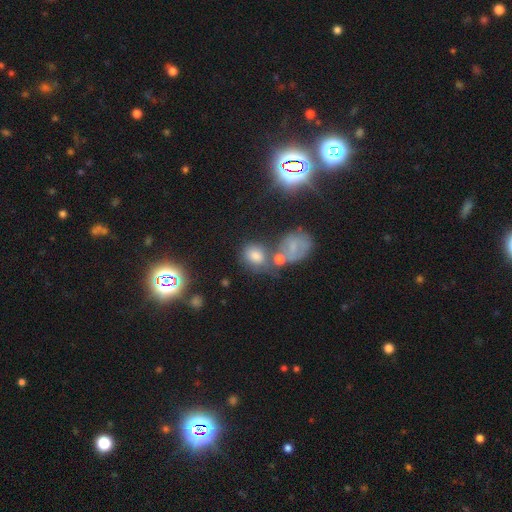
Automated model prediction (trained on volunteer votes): A smooth galaxy with no disk features (65%) that is round (52%). Merging: none (49%).